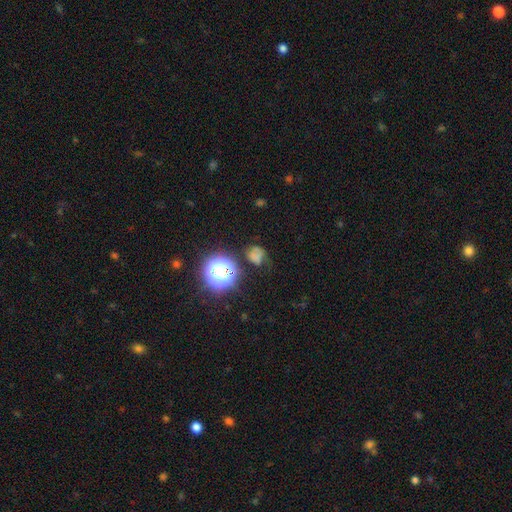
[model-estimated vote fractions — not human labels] smooth-or-featured: smooth: 58% | star or artifact: 28% | featured or disk: 14%
  how-rounded: round: 69% | in between: 30% | cigar-shaped: 1%
  merging: none: 52% | minor disturbance: 23% | major disturbance: 17% | merger: 7%